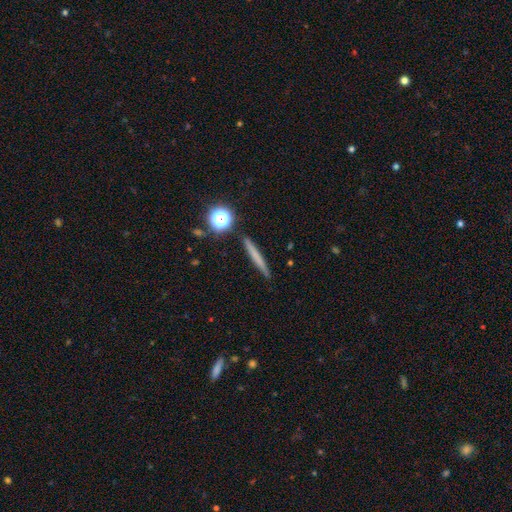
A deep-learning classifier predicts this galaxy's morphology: Smooth or featured: smooth — 62% (featured or disk — 28%)
How rounded: cigar-shaped — 93% (round — 4%)
Merging: none — 89% (minor disturbance — 7%)